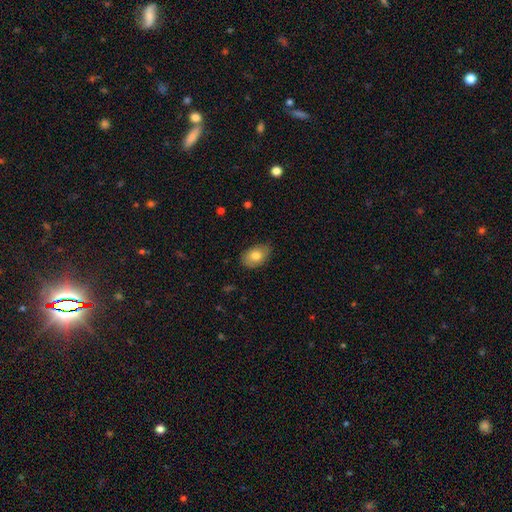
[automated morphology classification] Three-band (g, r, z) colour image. It shows a smooth galaxy with no disk features (75%) that is in between round and cigar-shaped (87%). Merging: none (79%).